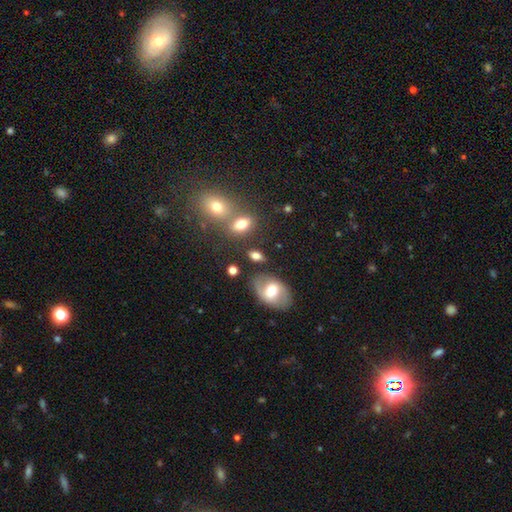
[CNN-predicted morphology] Smooth or featured? smooth (72%)
How rounded? in between (81%)
Merging? none (67%)